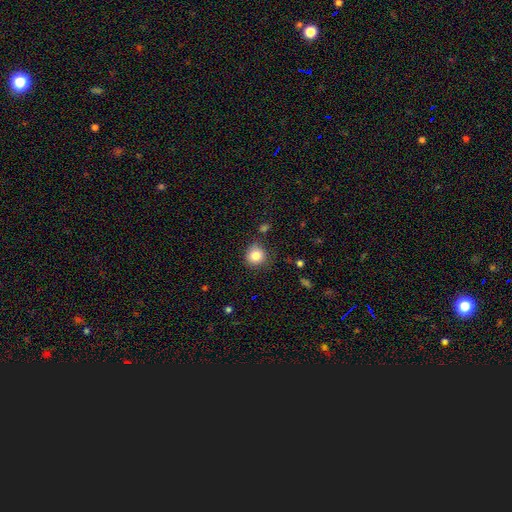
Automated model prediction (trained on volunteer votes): Q: Smooth or featured?
A: smooth (84%); runner-up: star or artifact (10%)
Q: How rounded?
A: round (89%); runner-up: in between (10%)
Q: Merging?
A: none (80%); runner-up: minor disturbance (14%)